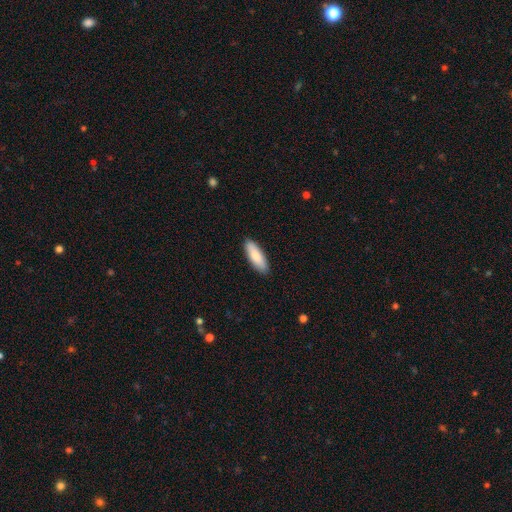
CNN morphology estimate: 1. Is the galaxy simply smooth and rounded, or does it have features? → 85% smooth, 10% featured or disk, 5% star or artifact.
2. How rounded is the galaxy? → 59% in between, 39% cigar-shaped, 2% round.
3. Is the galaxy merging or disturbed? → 89% none, 8% minor disturbance, 2% major disturbance, 1% merger.